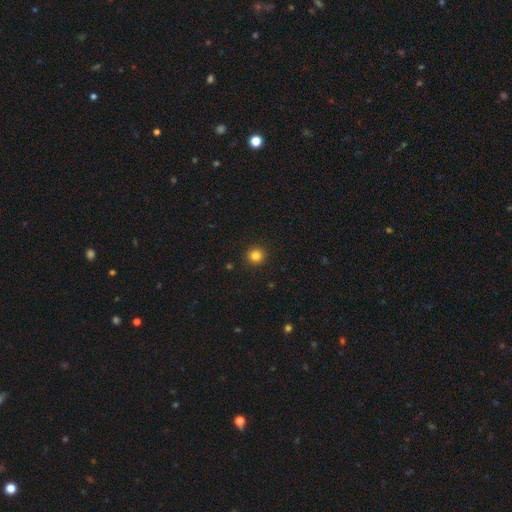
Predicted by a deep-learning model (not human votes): smooth-or-featured: smooth: 83% | star or artifact: 12% | featured or disk: 5%
  how-rounded: round: 94% | in between: 5% | cigar-shaped: 1%
  merging: none: 93% | minor disturbance: 5% | major disturbance: 2% | merger: 1%